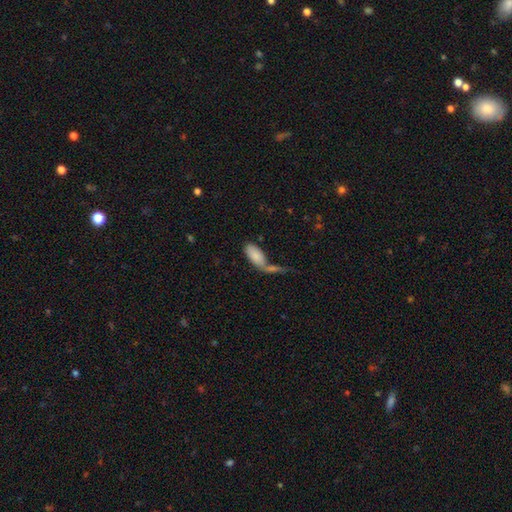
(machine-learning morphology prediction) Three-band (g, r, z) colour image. It shows a smooth galaxy with no disk features (82%) that is in between round and cigar-shaped (89%). Merging: merger (45%).